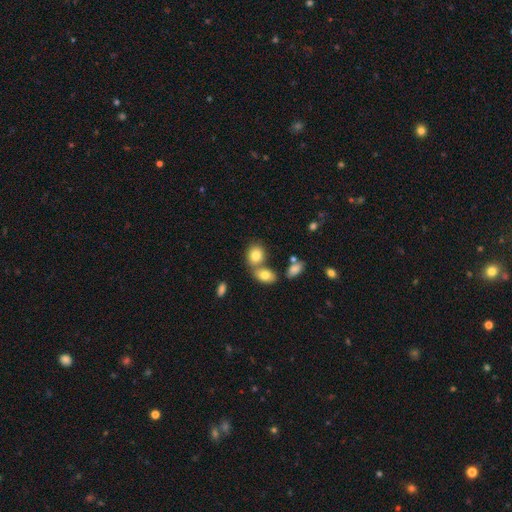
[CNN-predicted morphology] smooth_or_featured: smooth (p=0.80) [alt: featured or disk p=0.11]
how_rounded: in between (p=0.54) [alt: round p=0.45]
merging: none (p=0.47) [alt: merger p=0.39]